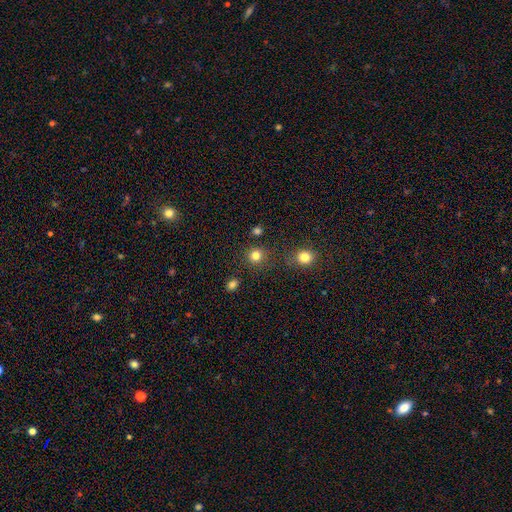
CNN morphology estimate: smooth-or-featured: smooth: 81% | star or artifact: 14% | featured or disk: 5%
  how-rounded: round: 91% | in between: 8% | cigar-shaped: 1%
  merging: none: 84% | minor disturbance: 8% | merger: 5% | major disturbance: 3%